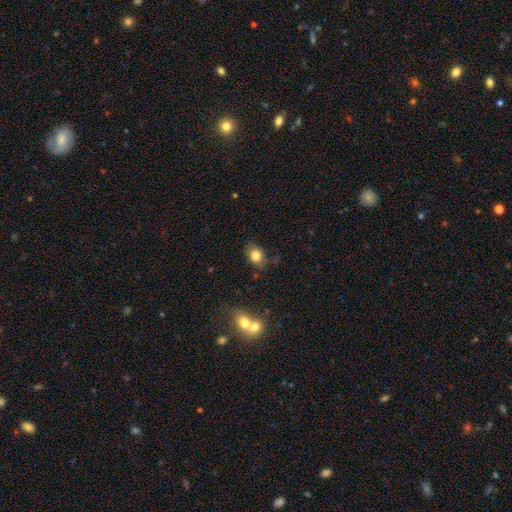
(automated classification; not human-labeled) smooth_or_featured: smooth (p=0.83) [alt: star or artifact p=0.10]
how_rounded: in between (p=0.54) [alt: round p=0.45]
merging: none (p=0.76) [alt: minor disturbance p=0.16]